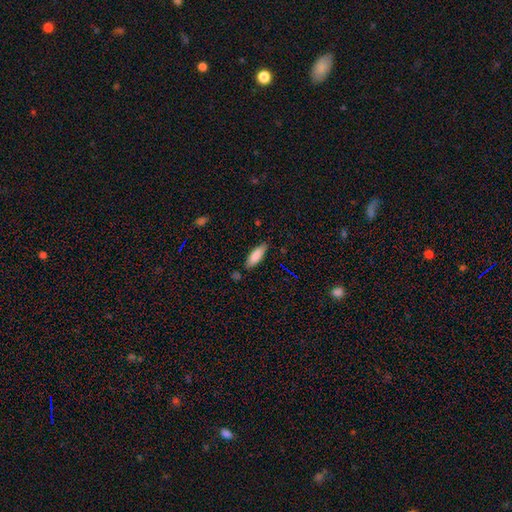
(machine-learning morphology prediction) A smooth galaxy with no disk features (84%) that is in between round and cigar-shaped (62%).

Vote fractions:
- Smooth or featured? smooth: 84% / featured or disk: 9% / star or artifact: 7%
- How rounded? in between: 62% / cigar-shaped: 37% / round: 2%
- Merging? none: 79% / minor disturbance: 15% / merger: 3% / major disturbance: 3%